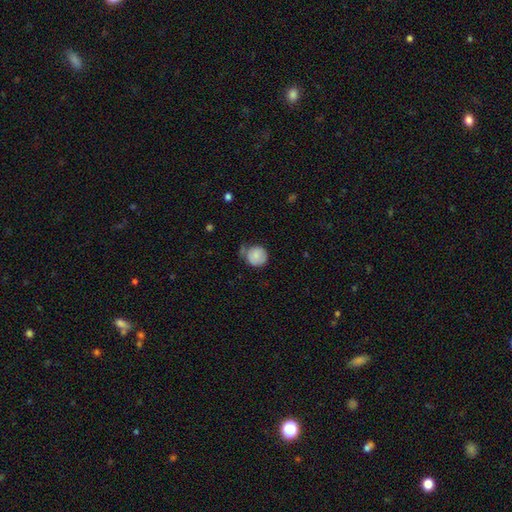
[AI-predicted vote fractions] Smooth or featured? Predicted: smooth (p=0.77). How rounded? Predicted: round (p=0.84). Merging? Predicted: none (p=0.46).